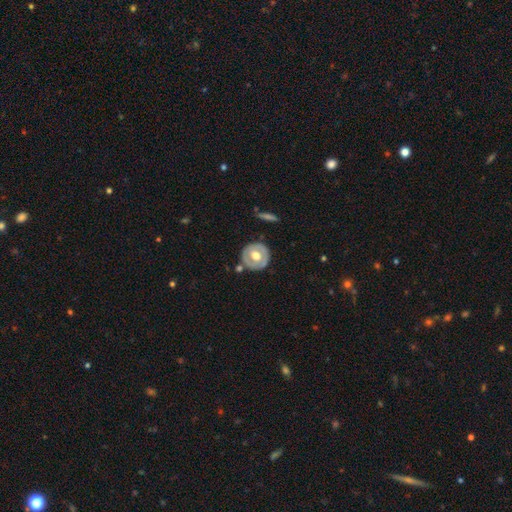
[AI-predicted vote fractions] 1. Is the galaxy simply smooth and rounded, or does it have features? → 54% featured or disk, 40% smooth, 5% star or artifact.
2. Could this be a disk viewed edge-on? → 93% no, 7% yes.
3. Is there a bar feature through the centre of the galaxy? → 74% no, 20% weak, 6% strong.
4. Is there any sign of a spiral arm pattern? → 77% no, 23% yes.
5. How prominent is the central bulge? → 62% moderate, 32% large, 4% small, 1% dominant, 1% none.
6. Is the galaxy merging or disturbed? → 78% none, 13% minor disturbance, 5% merger, 4% major disturbance.